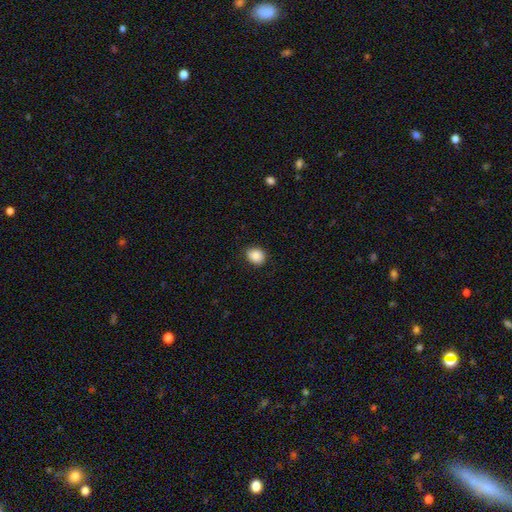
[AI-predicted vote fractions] This is clearly a smooth galaxy (88%). How rounded: possibly round (57%). Merging: clearly none (86%).